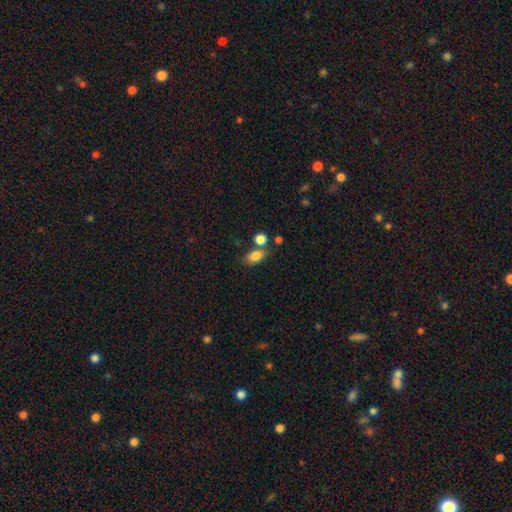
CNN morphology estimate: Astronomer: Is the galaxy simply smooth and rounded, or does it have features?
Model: smooth — 83%.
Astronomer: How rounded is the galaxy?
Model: in between — 83%.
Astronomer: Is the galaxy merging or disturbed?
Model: none — 57%.